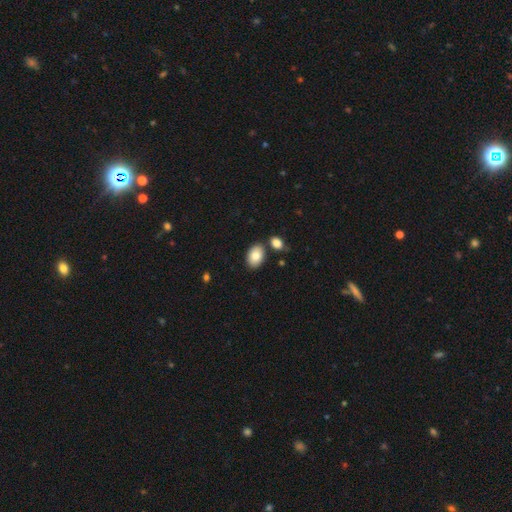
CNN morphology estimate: Smooth or featured?
  - smooth: 82% *
  - featured or disk: 11%
  - star or artifact: 7%
How rounded?
  - in between: 89% *
  - round: 10%
  - cigar-shaped: 1%
Merging?
  - none: 79% *
  - minor disturbance: 10%
  - merger: 9%
  - major disturbance: 2%